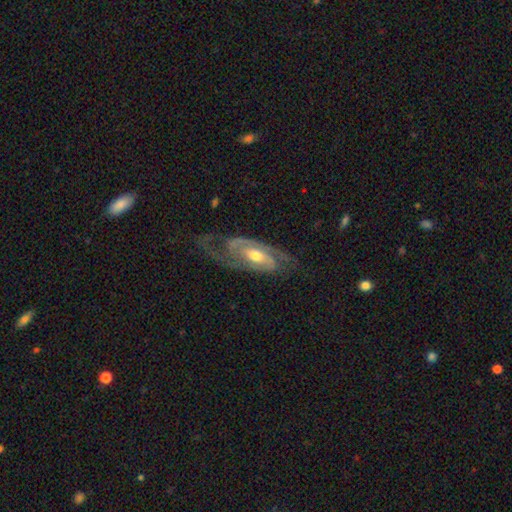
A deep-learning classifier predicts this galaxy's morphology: featured or disk 86%, smooth 9%, star or artifact 5%. Down the decision tree: edge-on disk — no (92%); bar — no (50%); spiral arms — yes (95%); spiral arm count — 2 (79%); spiral winding — tight (43%); bulge size — moderate (68%); merging — none (66%).